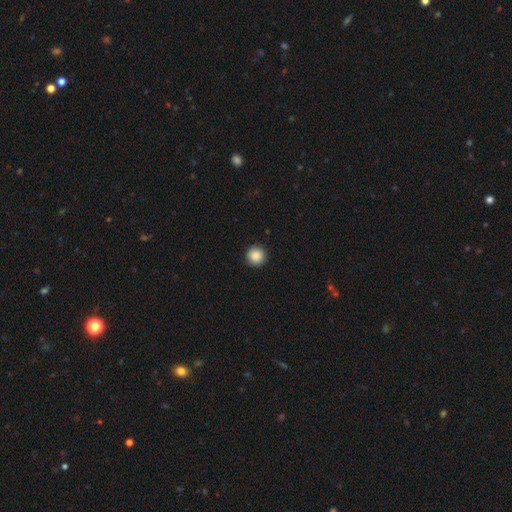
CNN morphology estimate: smooth 88%, star or artifact 9%, featured or disk 3%. Down the decision tree: how rounded — round (96%); merging — none (92%).